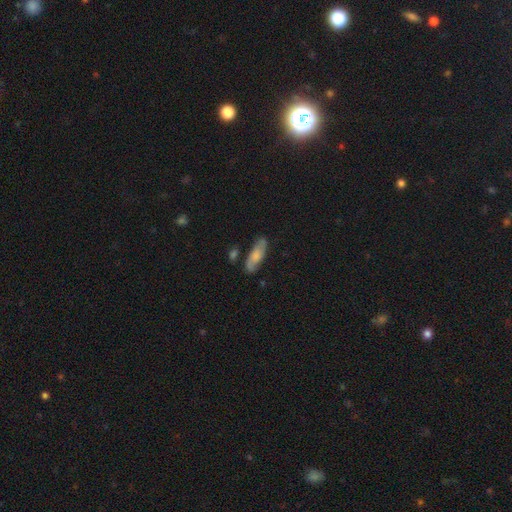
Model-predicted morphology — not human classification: Q: Smooth or featured?
A: smooth (58%); runner-up: featured or disk (36%)
Q: How rounded?
A: in between (62%); runner-up: cigar-shaped (35%)
Q: Merging?
A: none (77%); runner-up: minor disturbance (16%)